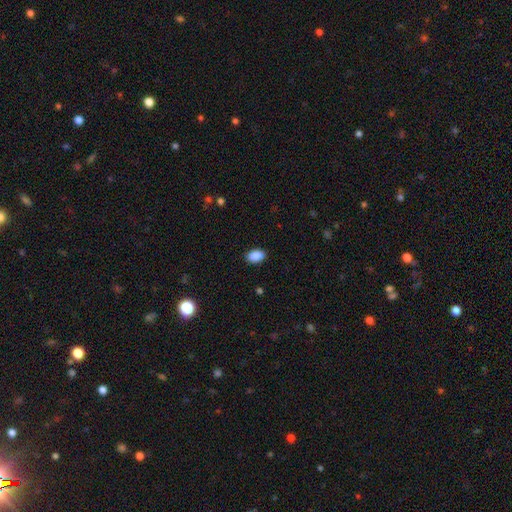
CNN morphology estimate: A smooth galaxy with no disk features (89%) that is in between round and cigar-shaped (89%). Merging: none (89%).